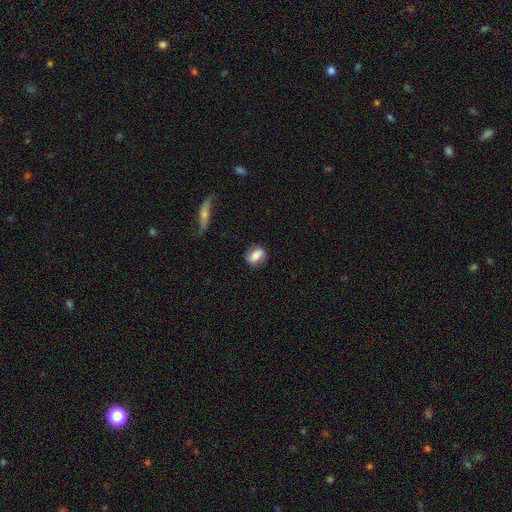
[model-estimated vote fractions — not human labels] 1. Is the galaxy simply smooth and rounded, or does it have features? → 69% smooth, 23% featured or disk, 8% star or artifact.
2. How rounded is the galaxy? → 60% in between, 37% round, 4% cigar-shaped.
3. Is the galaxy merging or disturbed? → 82% none, 13% minor disturbance, 4% major disturbance, 2% merger.